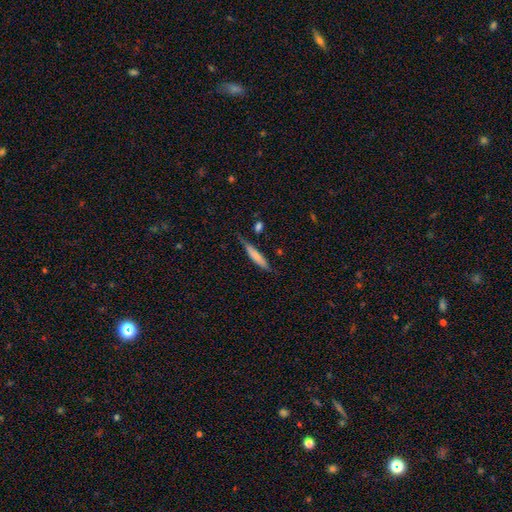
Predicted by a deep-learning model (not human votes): smooth_or_featured: smooth (p=0.68) [alt: featured or disk p=0.26]
how_rounded: cigar-shaped (p=0.88) [alt: in between p=0.10]
merging: none (p=0.67) [alt: minor disturbance p=0.23]